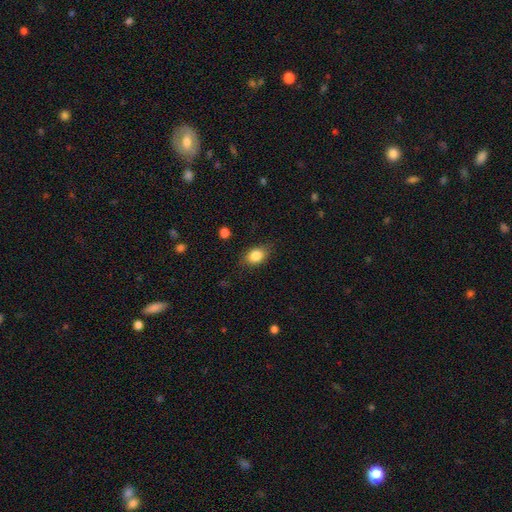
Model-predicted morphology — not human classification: This is clearly a smooth galaxy (83%). How rounded: likely in between (71%). Merging: likely none (79%).